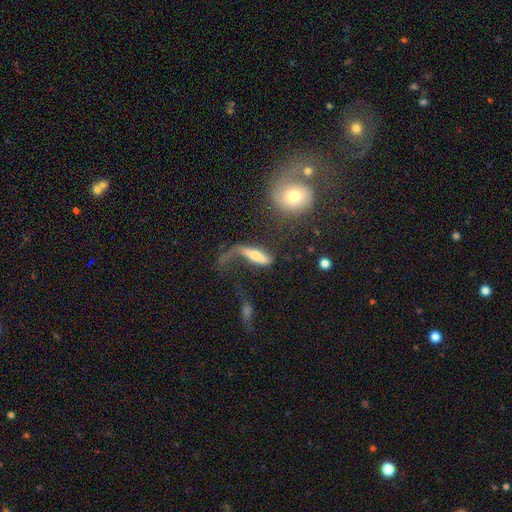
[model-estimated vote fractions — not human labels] Smooth or featured? Predicted: smooth (p=0.56). How rounded? Predicted: cigar-shaped (p=0.62). Merging? Predicted: major disturbance (p=0.49).